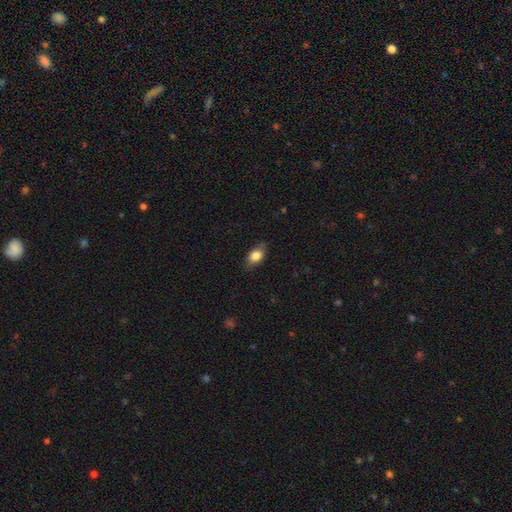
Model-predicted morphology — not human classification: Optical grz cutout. It shows a smooth galaxy with no disk features (82%) that is in between round and cigar-shaped (85%). Merging: none (78%).